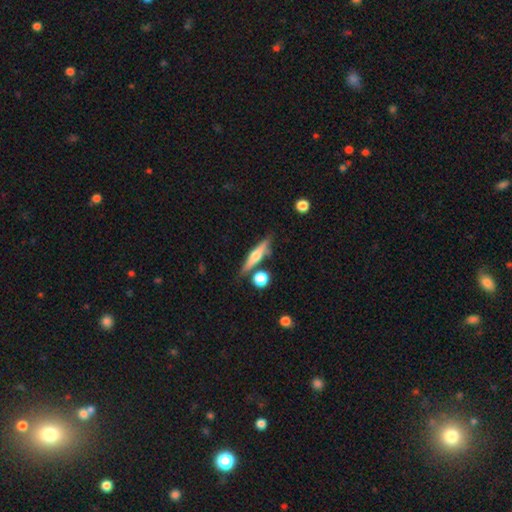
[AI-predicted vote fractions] A featured or disk galaxy (56%) viewed edge-on (95%) with a rounded central bulge (85%). Merging: none (76%).